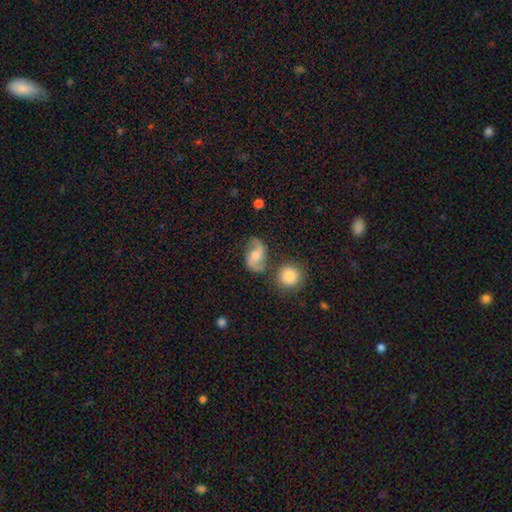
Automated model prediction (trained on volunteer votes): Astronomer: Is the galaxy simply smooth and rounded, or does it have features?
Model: featured or disk — 68%.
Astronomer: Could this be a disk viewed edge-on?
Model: no — 97%.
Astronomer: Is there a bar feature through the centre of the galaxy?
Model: no — 48% (runner-up: weak, 40%).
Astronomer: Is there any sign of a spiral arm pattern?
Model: yes — 91%.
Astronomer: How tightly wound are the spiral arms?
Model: loose — 61%.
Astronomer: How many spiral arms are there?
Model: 2 — 92%.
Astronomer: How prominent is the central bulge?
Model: moderate — 64%.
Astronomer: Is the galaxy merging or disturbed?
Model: none — 68%.